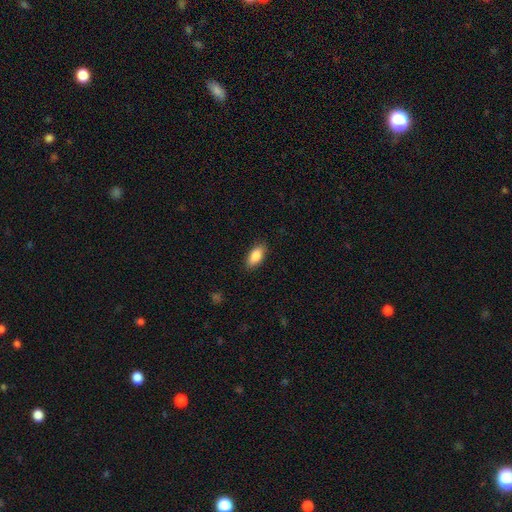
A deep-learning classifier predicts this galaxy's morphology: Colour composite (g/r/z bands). It shows a smooth galaxy with no disk features (85%) that is in between round and cigar-shaped (88%). Merging: none (87%).